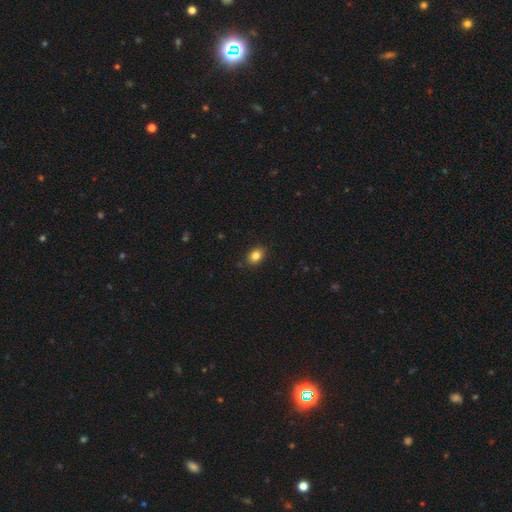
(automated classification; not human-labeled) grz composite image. It shows a smooth galaxy with no disk features (84%) that is in between round and cigar-shaped (71%). Merging: none (88%).